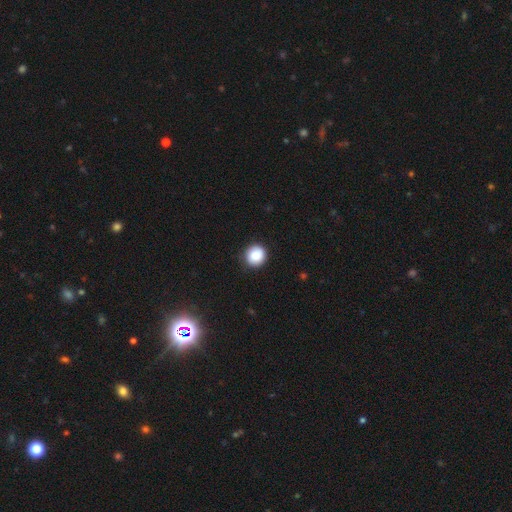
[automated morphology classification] This is clearly a smooth galaxy (86%). How rounded: clearly round (92%). Merging: clearly none (88%).